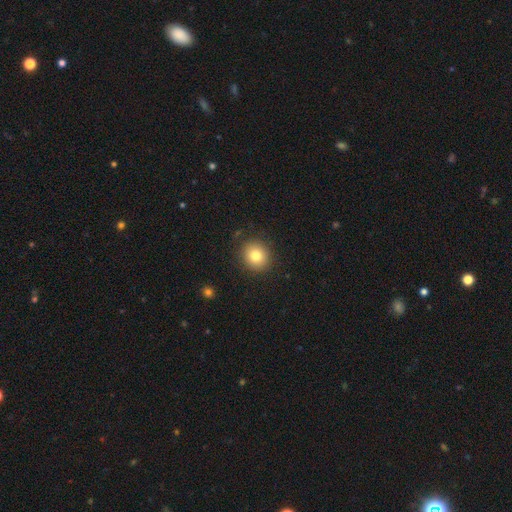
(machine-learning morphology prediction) Smooth or featured?
  - smooth: 81% *
  - star or artifact: 11%
  - featured or disk: 9%
How rounded?
  - round: 85% *
  - in between: 14%
  - cigar-shaped: 1%
Merging?
  - none: 88% *
  - minor disturbance: 8%
  - major disturbance: 3%
  - merger: 1%